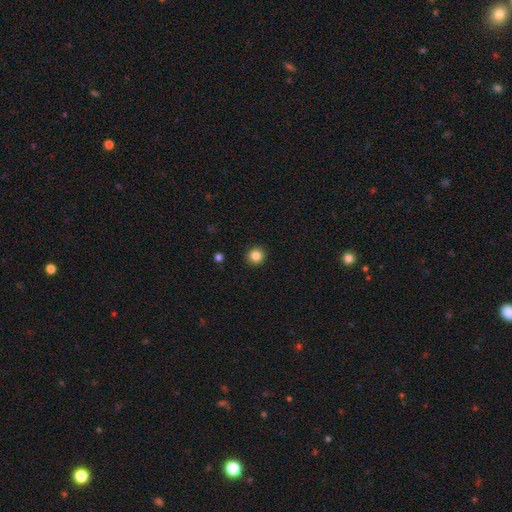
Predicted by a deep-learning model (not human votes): smooth-or-featured: smooth: 84% | star or artifact: 11% | featured or disk: 5%
  how-rounded: round: 94% | in between: 5% | cigar-shaped: 1%
  merging: none: 93% | minor disturbance: 5% | major disturbance: 2% | merger: 1%